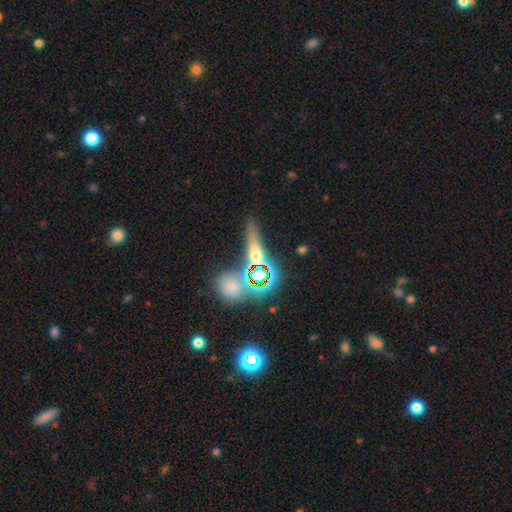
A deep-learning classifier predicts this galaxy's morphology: smooth 38%, star or artifact 35%, featured or disk 27%. Down the decision tree: merging — none (70%).